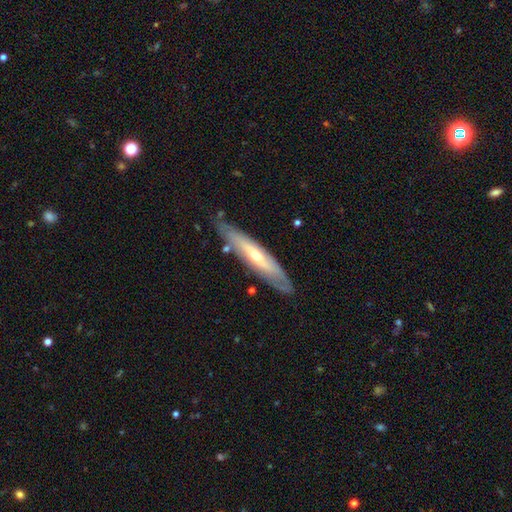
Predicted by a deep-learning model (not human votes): Q: Smooth or featured?
A: featured or disk (69%); runner-up: smooth (24%)
Q: Edge-on disk?
A: yes (64%); runner-up: no (36%)
Q: Merging?
A: none (81%); runner-up: minor disturbance (15%)